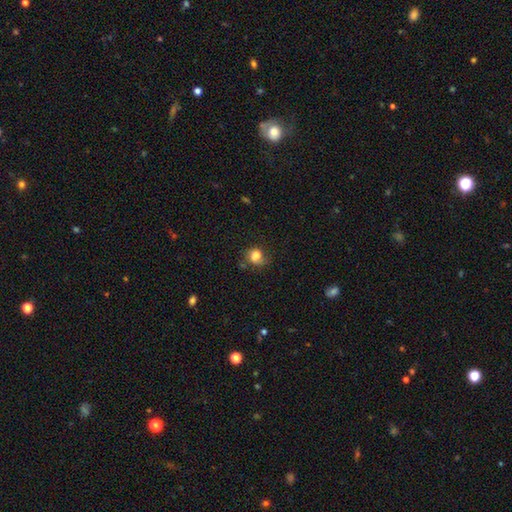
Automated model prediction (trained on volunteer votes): Smooth or featured: smooth — 75% (featured or disk — 14%)
How rounded: round — 62% (in between — 37%)
Merging: none — 51% (minor disturbance — 28%)